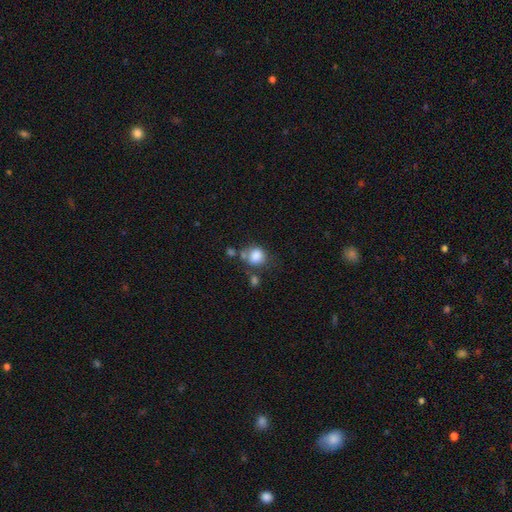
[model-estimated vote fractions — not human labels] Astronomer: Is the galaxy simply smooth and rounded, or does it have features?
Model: smooth — 84%.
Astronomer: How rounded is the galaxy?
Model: round — 71%.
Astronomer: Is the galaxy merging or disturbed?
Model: none — 52%.